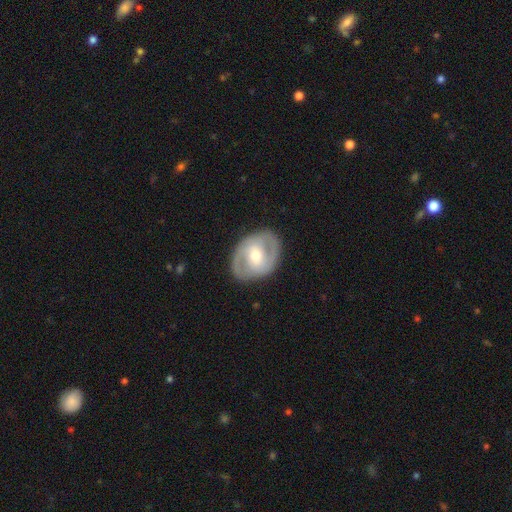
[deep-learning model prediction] smooth-or-featured: featured or disk: 72% | smooth: 23% | star or artifact: 5%
  disk-edge-on: no: 96% | yes: 4%
    bar: weak: 42% | no: 36% | strong: 22%
    has-spiral-arms: yes: 74% | no: 26%
      spiral-winding: medium: 46% | tight: 37% | loose: 17%
      spiral-arm-count: 2: 84% | can't tell: 10% | 1: 2% | 3: 2% | 4: 1% | more than 4: 1%
    bulge-size: moderate: 65% | small: 28% | large: 5% | none: 1% | dominant: 1%
  merging: none: 84% | minor disturbance: 11% | major disturbance: 4% | merger: 1%